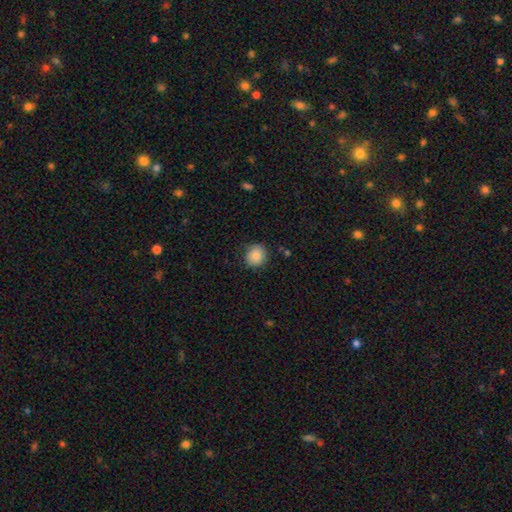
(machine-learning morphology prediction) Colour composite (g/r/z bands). It shows a smooth galaxy with no disk features (85%) that is round (85%). Merging: none (82%).